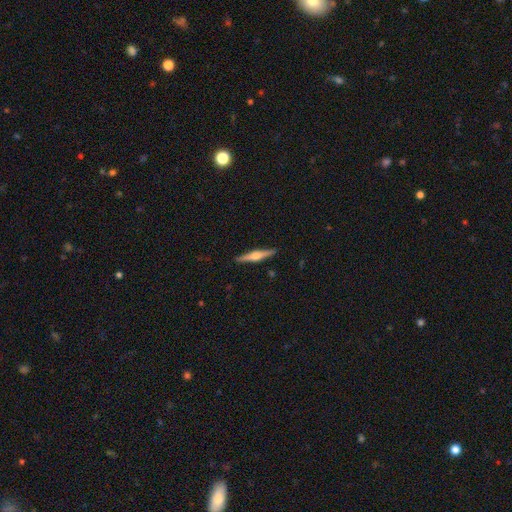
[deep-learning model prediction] The model was most divided on "smooth or featured": featured or disk: 72%, smooth: 23%, star or artifact: 5%. More confident: edge-on disk — yes (98%); merging — none (92%); edge-on bulge — rounded (91%).